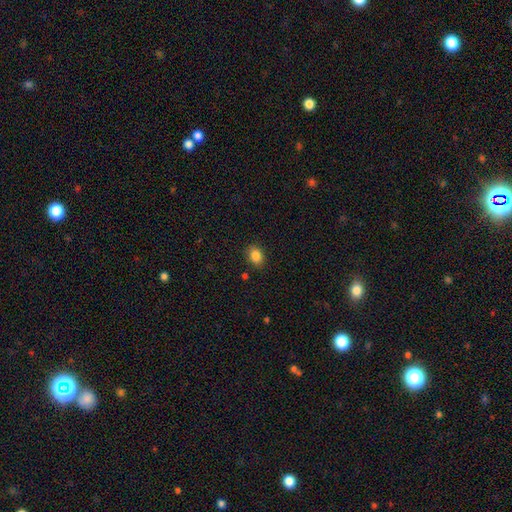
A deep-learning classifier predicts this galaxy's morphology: This is clearly a smooth galaxy (85%). How rounded: likely in between (68%). Merging: clearly none (85%).